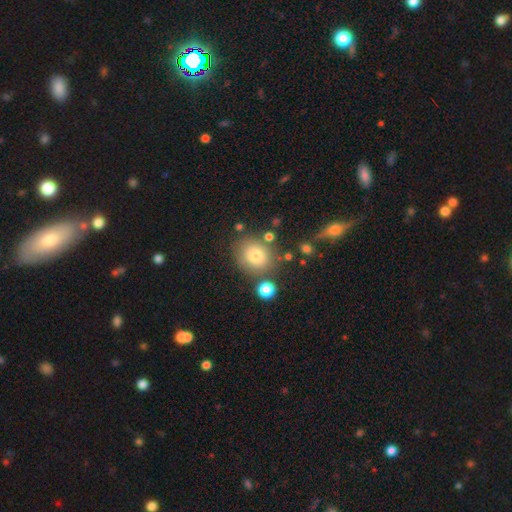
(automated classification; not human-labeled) A smooth galaxy with no disk features (76%) that is round (76%).

Vote fractions:
- Smooth or featured? smooth: 76% / featured or disk: 12% / star or artifact: 12%
- How rounded? round: 76% / in between: 23% / cigar-shaped: 1%
- Merging? none: 74% / minor disturbance: 13% / merger: 8% / major disturbance: 5%